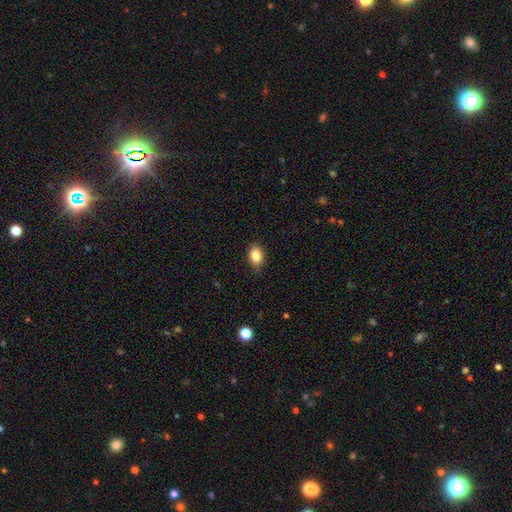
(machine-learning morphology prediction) This is clearly a smooth galaxy (86%). How rounded: clearly in between (81%). Merging: clearly none (83%).